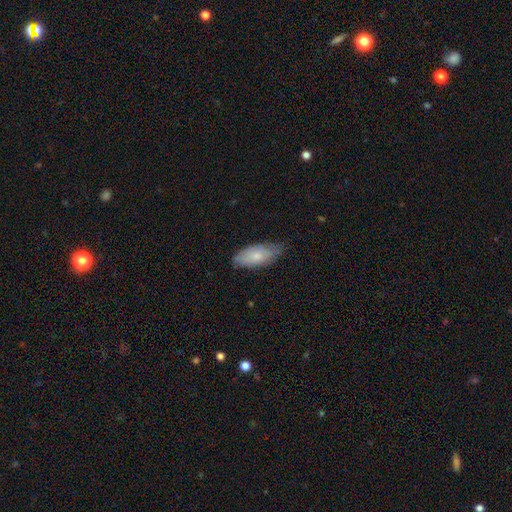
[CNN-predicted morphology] smooth 71%, featured or disk 24%, star or artifact 6%. Down the decision tree: how rounded — in between (87%); merging — none (65%).